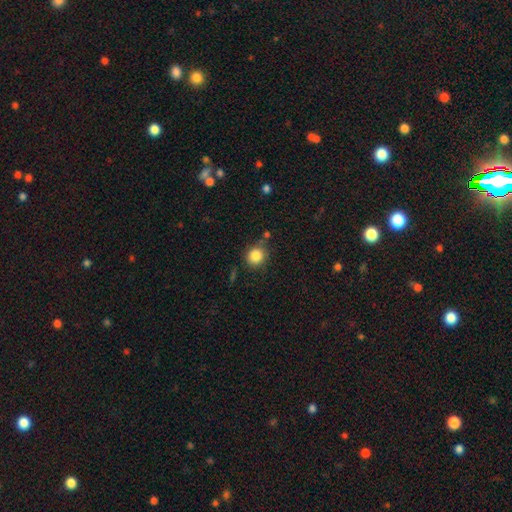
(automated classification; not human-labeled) This appears to be a smooth galaxy with no disk features (85%) that is round (85%). Merging: none (78%).